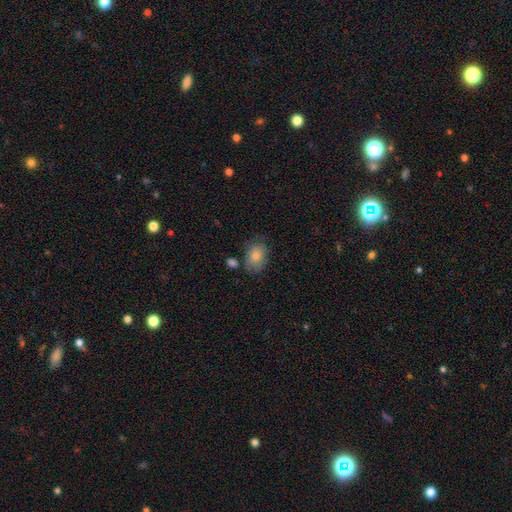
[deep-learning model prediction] smooth-or-featured: smooth: 81% | featured or disk: 12% | star or artifact: 7%
  how-rounded: in between: 78% | round: 21% | cigar-shaped: 1%
  merging: none: 65% | minor disturbance: 22% | major disturbance: 7% | merger: 7%